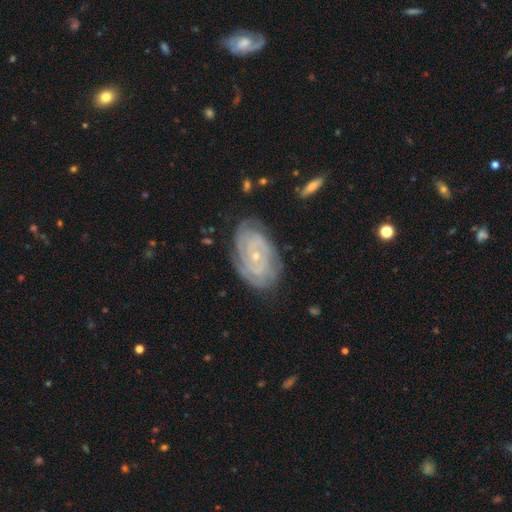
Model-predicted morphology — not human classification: Smooth or featured? featured or disk (84%)
Edge-on disk? no (96%)
Bar? no (72%)
Spiral arms? yes (96%)
Spiral winding? tight (79%)
Spiral arm count? can't tell (29%)
Bulge size? small (78%)
Merging? none (77%)